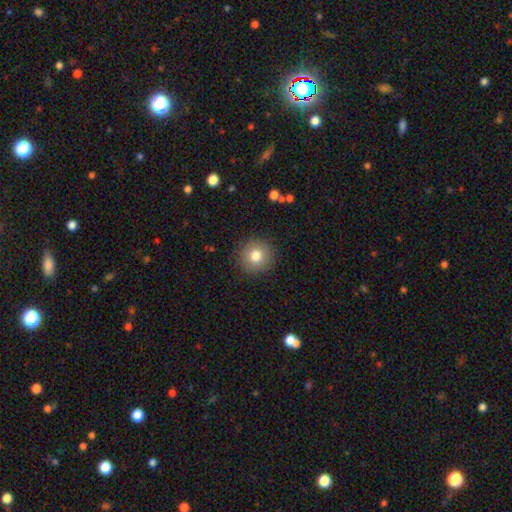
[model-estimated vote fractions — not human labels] smooth-or-featured: smooth: 78% | featured or disk: 11% | star or artifact: 10%
  how-rounded: round: 94% | in between: 5% | cigar-shaped: 1%
  merging: none: 90% | minor disturbance: 6% | major disturbance: 2% | merger: 1%